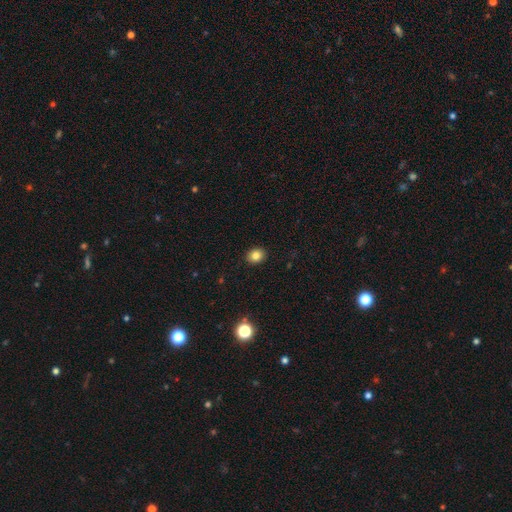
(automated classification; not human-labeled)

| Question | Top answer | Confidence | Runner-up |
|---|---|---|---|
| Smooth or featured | smooth | 82% | star or artifact (11%) |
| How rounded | round | 60% | in between (39%) |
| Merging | none | 91% | minor disturbance (6%) |